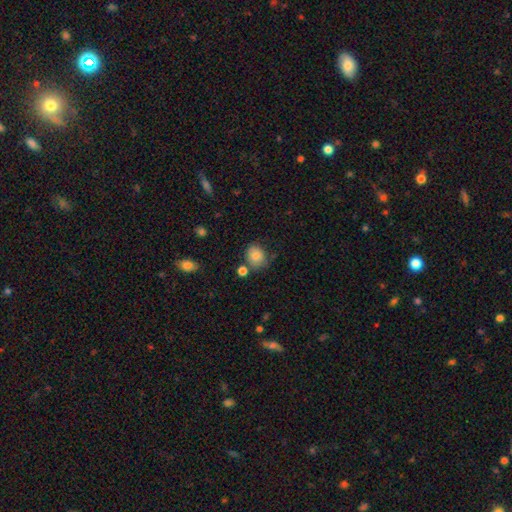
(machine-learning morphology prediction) Overall: smooth (82%). How rounded: round (65%; in between 34%). Merging: none (67%).